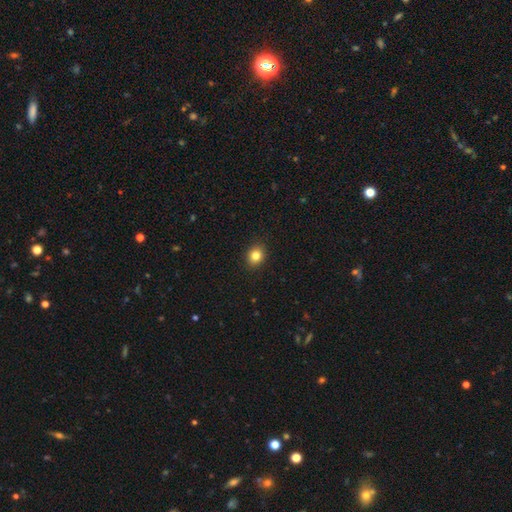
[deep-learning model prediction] smooth-or-featured: smooth: 83% | star or artifact: 11% | featured or disk: 6%
  how-rounded: round: 64% | in between: 35% | cigar-shaped: 1%
  merging: none: 91% | minor disturbance: 6% | major disturbance: 2% | merger: 1%